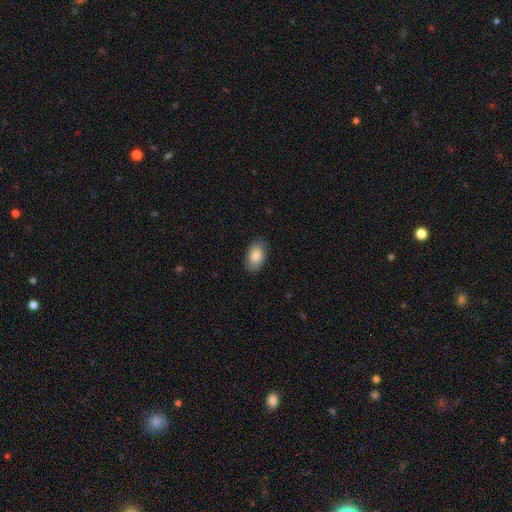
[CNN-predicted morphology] smooth-or-featured: smooth: 86% | featured or disk: 8% | star or artifact: 6%
  how-rounded: in between: 92% | round: 7% | cigar-shaped: 1%
  merging: none: 85% | minor disturbance: 11% | major disturbance: 3% | merger: 1%